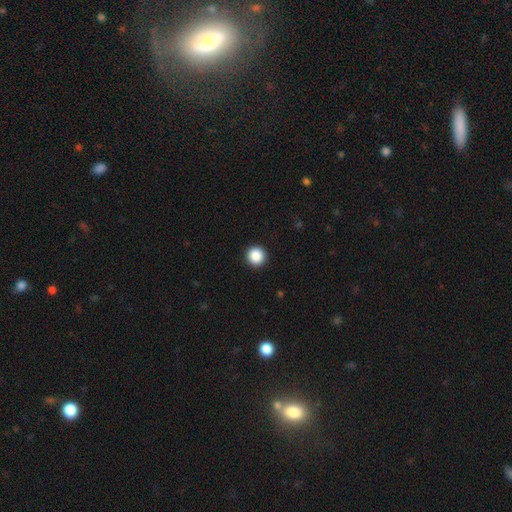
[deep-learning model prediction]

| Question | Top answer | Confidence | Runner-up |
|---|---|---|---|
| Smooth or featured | smooth | 88% | star or artifact (9%) |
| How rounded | round | 96% | in between (3%) |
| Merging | none | 93% | minor disturbance (4%) |